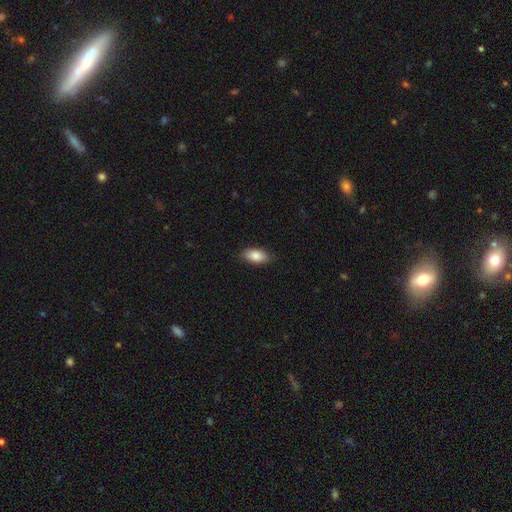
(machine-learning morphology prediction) type=smooth (87%); roundness=in between (92%); merging=none (85%).